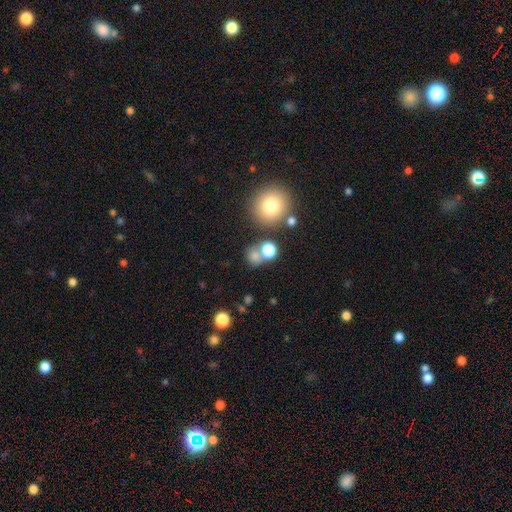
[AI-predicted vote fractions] This appears to be a smooth galaxy with no disk features (73%) that is round (79%). Merging: none (55%).